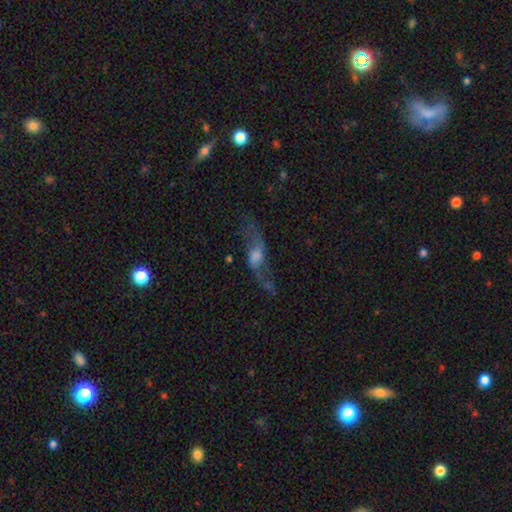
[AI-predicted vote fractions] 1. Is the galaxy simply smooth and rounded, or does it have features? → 64% featured or disk, 25% smooth, 11% star or artifact.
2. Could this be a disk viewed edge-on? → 71% no, 29% yes.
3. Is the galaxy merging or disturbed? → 53% none, 24% major disturbance, 19% minor disturbance, 4% merger.